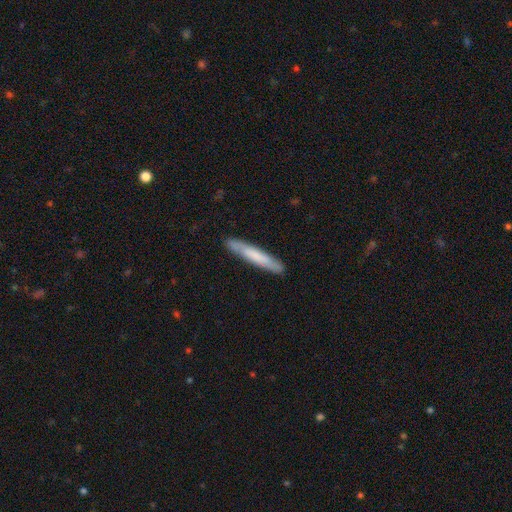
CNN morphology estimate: Q: Smooth or featured?
A: smooth (66%); runner-up: featured or disk (29%)
Q: How rounded?
A: cigar-shaped (95%); runner-up: in between (4%)
Q: Merging?
A: none (87%); runner-up: minor disturbance (10%)